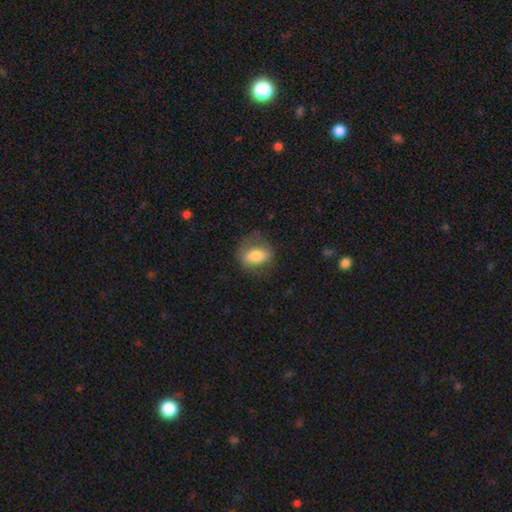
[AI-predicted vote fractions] Morphology: type=smooth (69%); roundness=in between (74%); merging=none (66%).